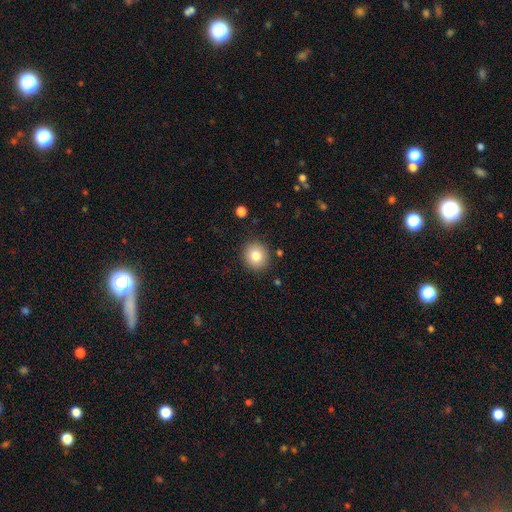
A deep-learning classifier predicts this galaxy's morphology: smooth_or_featured: smooth (p=0.81) [alt: star or artifact p=0.10]
how_rounded: round (p=0.84) [alt: in between p=0.15]
merging: none (p=0.89) [alt: minor disturbance p=0.07]